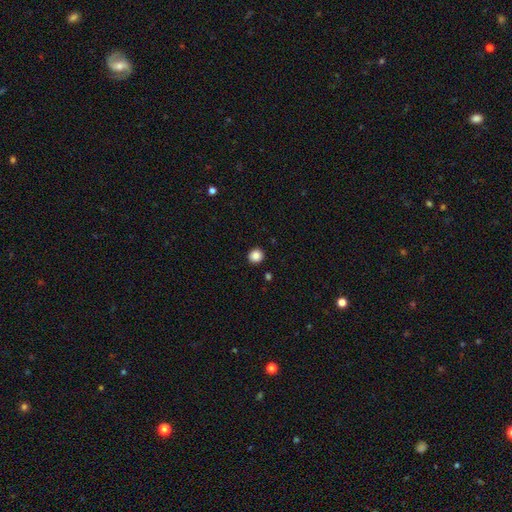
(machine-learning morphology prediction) This appears to be a smooth galaxy with no disk features (86%) that is round (92%). Merging: none (93%).